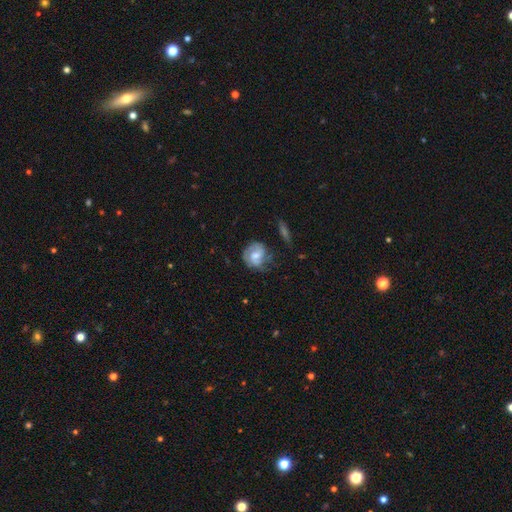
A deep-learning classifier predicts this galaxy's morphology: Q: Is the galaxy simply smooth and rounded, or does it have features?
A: featured or disk — 64%.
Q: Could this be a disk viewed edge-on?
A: no — 97%.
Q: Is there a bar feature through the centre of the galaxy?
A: no — 53%.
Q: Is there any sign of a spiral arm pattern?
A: yes — 86%.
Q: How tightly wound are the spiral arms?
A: tight — 47%.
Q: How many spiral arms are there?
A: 2 — 58%.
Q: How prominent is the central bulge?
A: moderate — 56%.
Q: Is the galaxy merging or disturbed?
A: none — 54%.